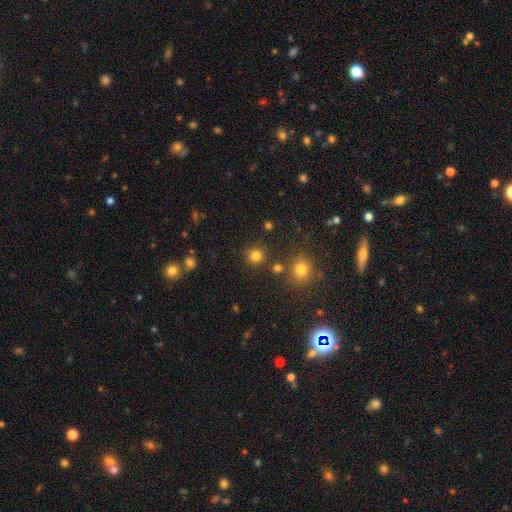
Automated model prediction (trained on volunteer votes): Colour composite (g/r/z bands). It shows a smooth galaxy with no disk features (80%) that is round (93%). Merging: none (84%).